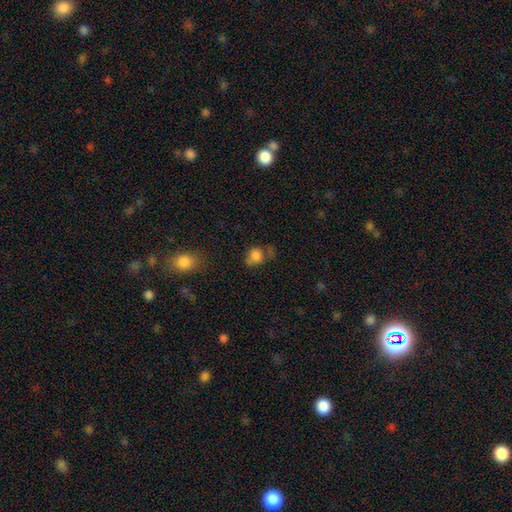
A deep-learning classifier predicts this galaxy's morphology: type=smooth (75%); roundness=round (59%); merging=none (44%).